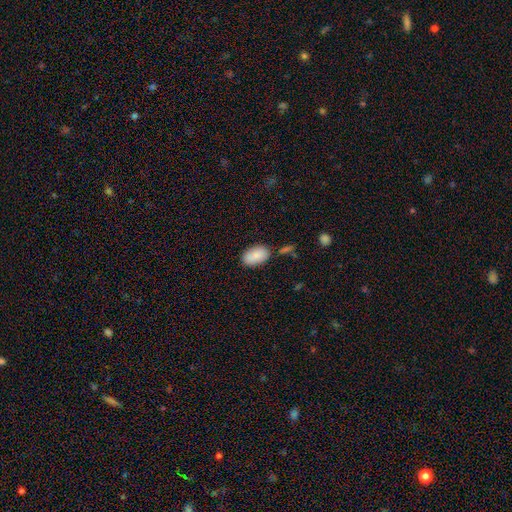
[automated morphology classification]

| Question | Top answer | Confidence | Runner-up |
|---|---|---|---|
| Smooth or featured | smooth | 88% | star or artifact (7%) |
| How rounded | in between | 93% | round (5%) |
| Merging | none | 75% | minor disturbance (15%) |